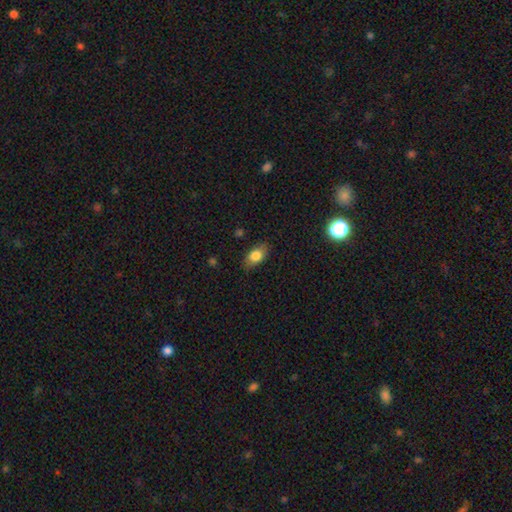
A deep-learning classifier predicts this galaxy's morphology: smooth 81%, featured or disk 11%, star or artifact 8%. Down the decision tree: how rounded — in between (87%); merging — none (83%).